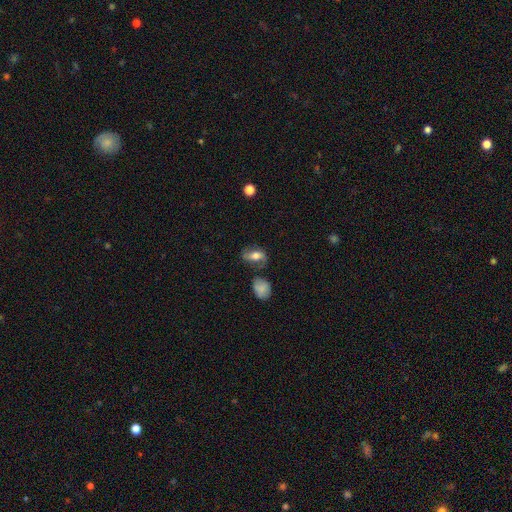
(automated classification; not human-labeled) A smooth galaxy with no disk features (47%). Merging: none (62%).